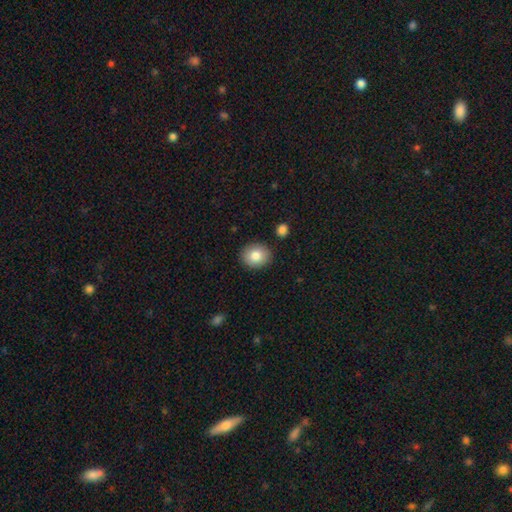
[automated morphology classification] Overall: smooth (84%). How rounded: round (67%; in between 32%). Merging: none (88%).